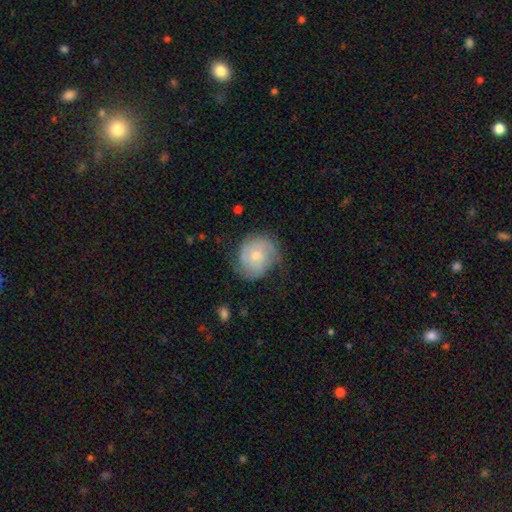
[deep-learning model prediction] Smooth or featured? Predicted: featured or disk (p=0.50). Edge-on disk? Predicted: no (p=0.98). Merging? Predicted: none (p=0.61).